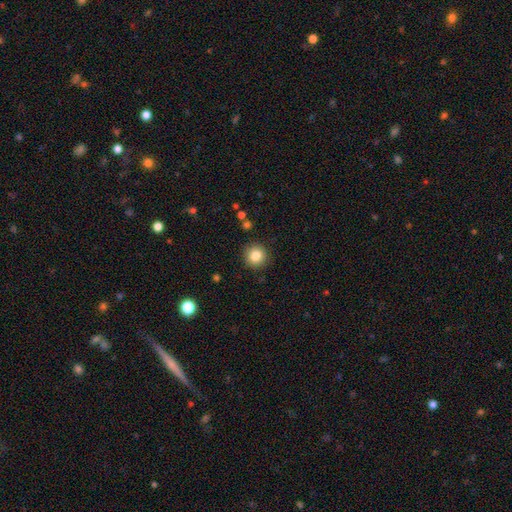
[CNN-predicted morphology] Smooth or featured?
  - smooth: 84% *
  - star or artifact: 10%
  - featured or disk: 6%
How rounded?
  - round: 93% *
  - in between: 6%
  - cigar-shaped: 1%
Merging?
  - none: 90% *
  - minor disturbance: 6%
  - major disturbance: 2%
  - merger: 1%